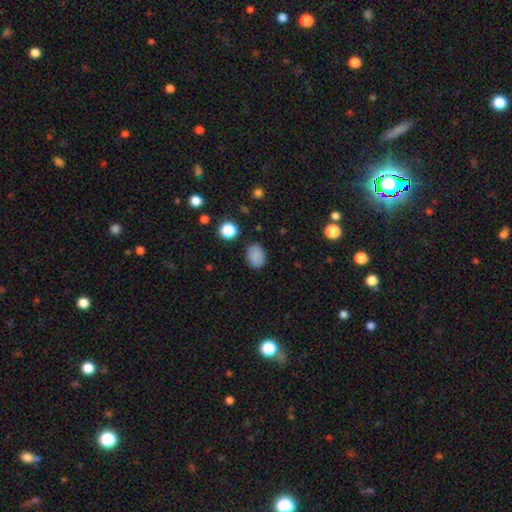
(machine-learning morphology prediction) Smooth or featured?
  - smooth: 86% *
  - star or artifact: 11%
  - featured or disk: 4%
How rounded?
  - in between: 71% *
  - round: 28%
  - cigar-shaped: 1%
Merging?
  - none: 85% *
  - minor disturbance: 10%
  - major disturbance: 3%
  - merger: 2%